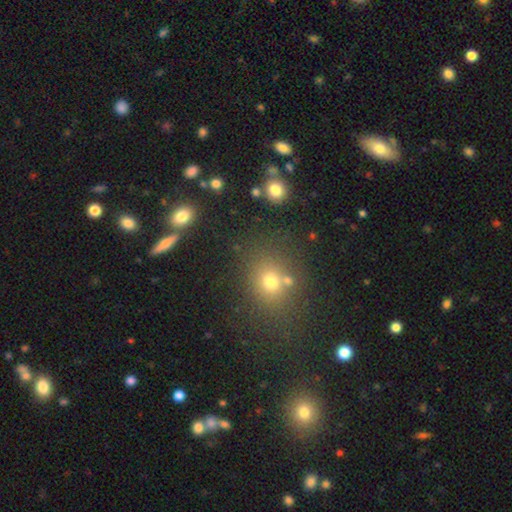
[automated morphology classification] type=smooth (55%); roundness=round (71%); merging=none (75%).